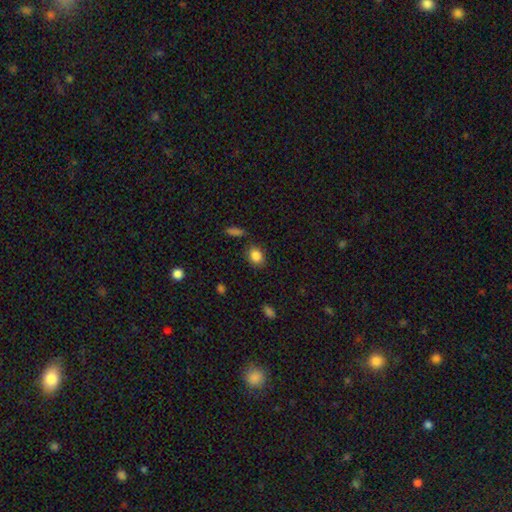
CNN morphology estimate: type=smooth (86%); roundness=in between (66%); merging=none (81%).